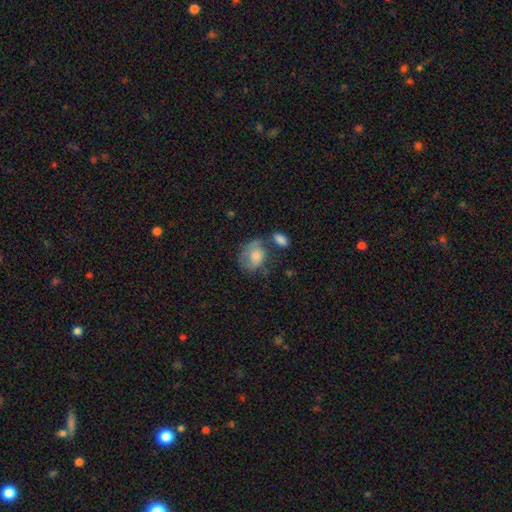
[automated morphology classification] smooth-or-featured: smooth: 65% | featured or disk: 27% | star or artifact: 8%
  how-rounded: in between: 61% | round: 38% | cigar-shaped: 1%
  merging: none: 37% | minor disturbance: 26% | merger: 19% | major disturbance: 18%